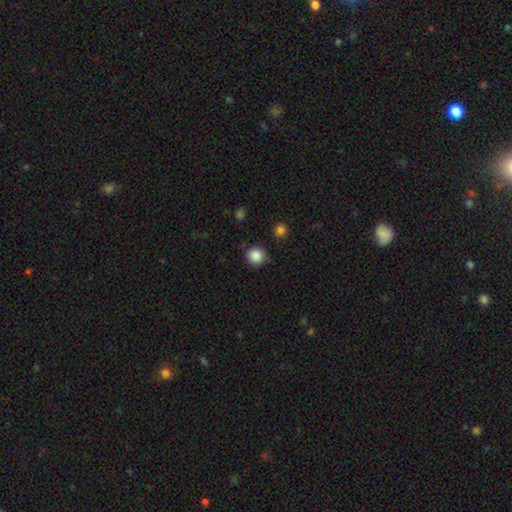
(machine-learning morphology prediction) smooth_or_featured: smooth (p=0.87) [alt: star or artifact p=0.10]
how_rounded: round (p=0.95) [alt: in between p=0.04]
merging: none (p=0.90) [alt: minor disturbance p=0.07]